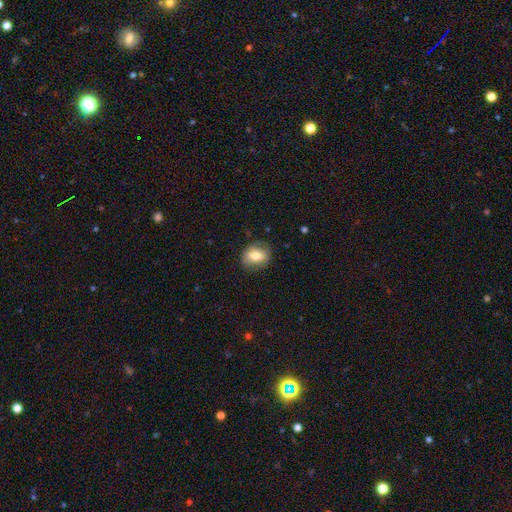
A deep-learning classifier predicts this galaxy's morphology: type=smooth (72%); roundness=in between (54%); merging=none (76%).